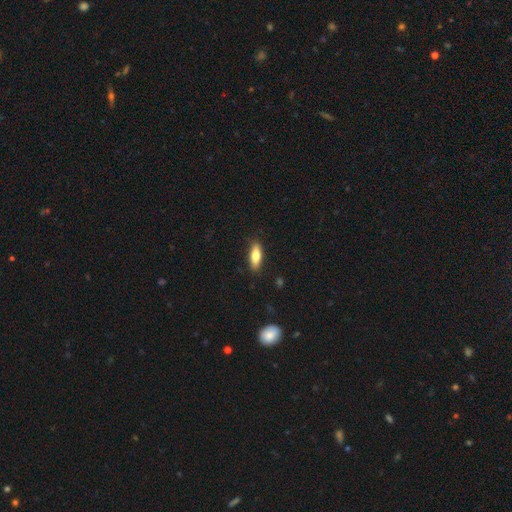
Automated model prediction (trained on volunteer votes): A smooth galaxy with no disk features (77%) that is in between round and cigar-shaped (65%). Merging: none (87%).